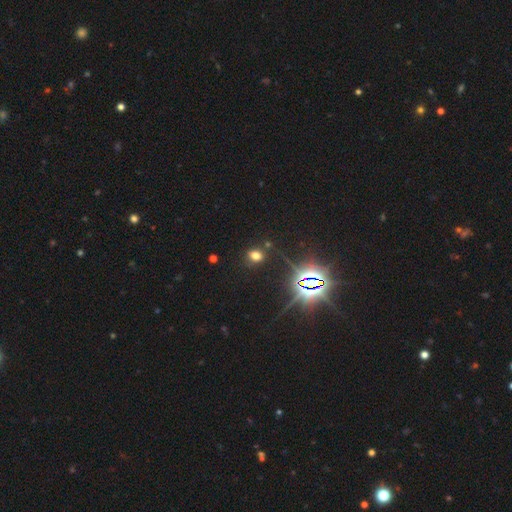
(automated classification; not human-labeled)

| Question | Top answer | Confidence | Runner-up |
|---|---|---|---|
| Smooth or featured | smooth | 60% | star or artifact (32%) |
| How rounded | in between | 50% | round (49%) |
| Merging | none | 80% | minor disturbance (11%) |